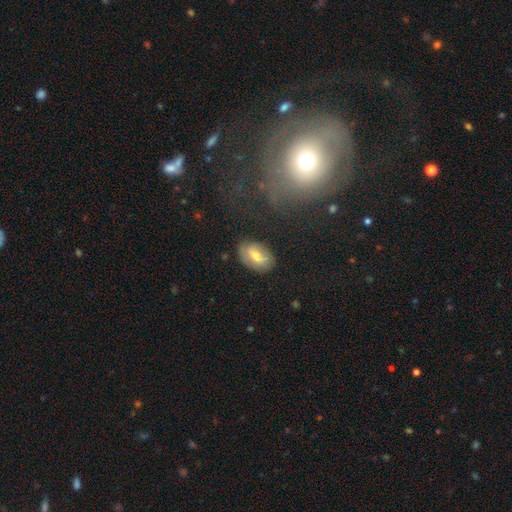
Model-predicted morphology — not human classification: A smooth galaxy with no disk features (60%) that is in between round and cigar-shaped (88%). Merging: none (81%).